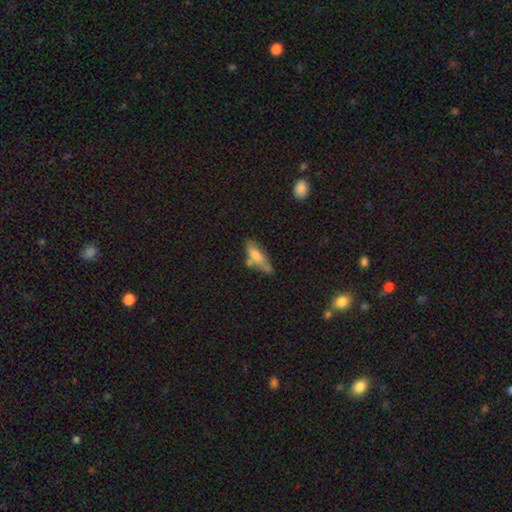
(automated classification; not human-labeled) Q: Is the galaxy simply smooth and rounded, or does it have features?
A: smooth — 67%.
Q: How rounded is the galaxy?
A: cigar-shaped — 52%.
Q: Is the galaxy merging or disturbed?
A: none — 52%.